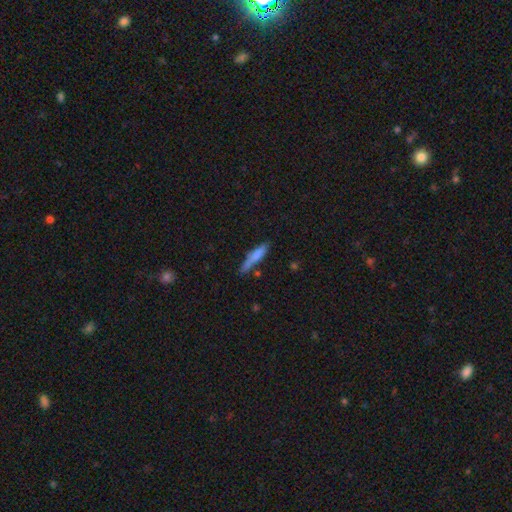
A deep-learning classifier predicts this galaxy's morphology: A smooth galaxy with no disk features (73%) that is cigar-shaped (86%).

Vote fractions:
- Smooth or featured? smooth: 73% / featured or disk: 20% / star or artifact: 7%
- How rounded? cigar-shaped: 86% / in between: 13% / round: 2%
- Merging? none: 64% / minor disturbance: 21% / merger: 9% / major disturbance: 6%